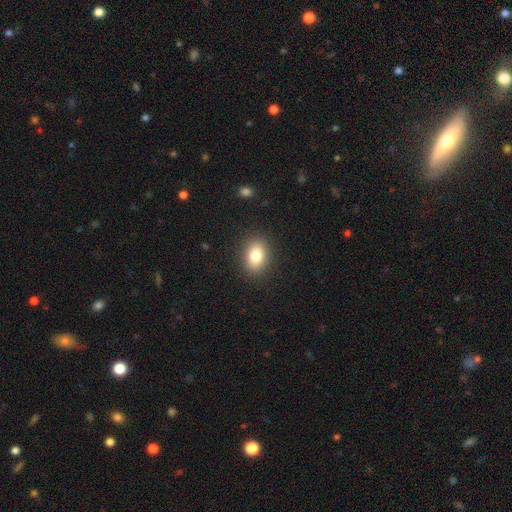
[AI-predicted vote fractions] Morphology: type=smooth (81%); roundness=in between (73%); merging=none (88%).